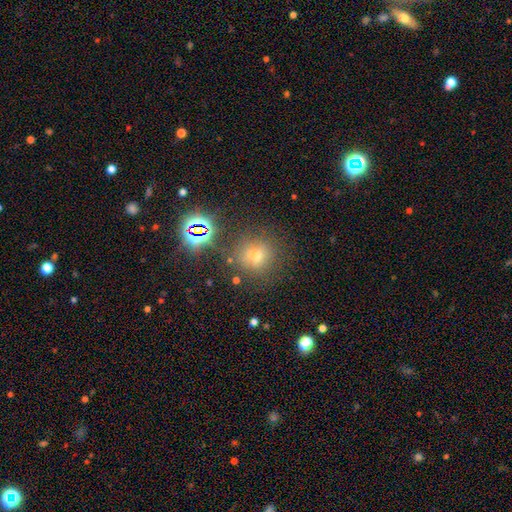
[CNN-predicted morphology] A smooth galaxy with no disk features (56%) that is round (86%).

Vote fractions:
- Smooth or featured? smooth: 56% / star or artifact: 31% / featured or disk: 14%
- How rounded? round: 86% / in between: 13% / cigar-shaped: 1%
- Merging? none: 77% / minor disturbance: 11% / merger: 7% / major disturbance: 5%